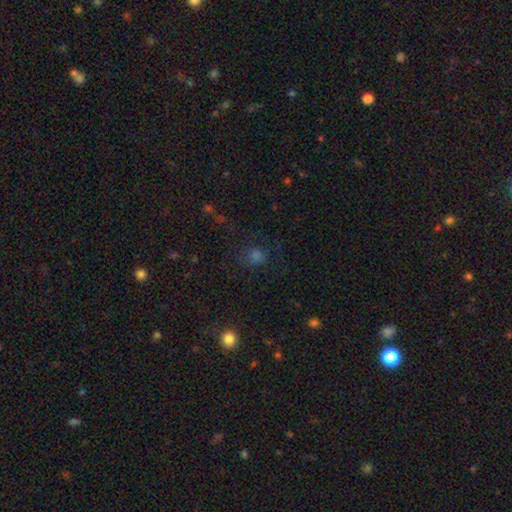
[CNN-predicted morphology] The model was most divided on "smooth or featured": smooth: 60%, star or artifact: 32%, featured or disk: 8%. More confident: how rounded — round (79%); merging — none (77%).